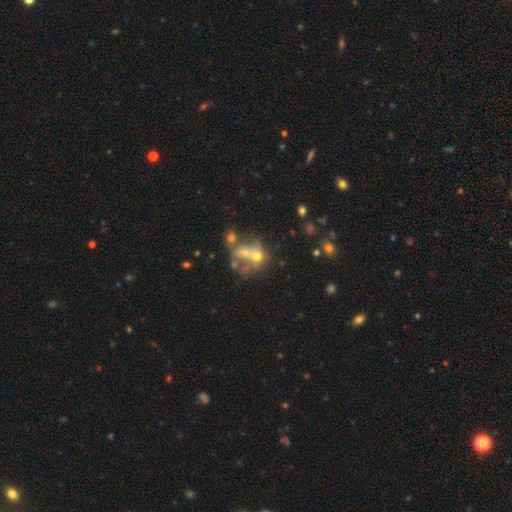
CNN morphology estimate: This is marginally a featured or disk galaxy (43%). Merging: possibly merger (52%).